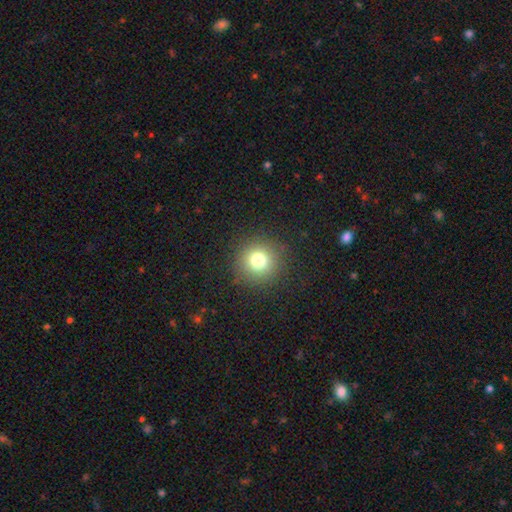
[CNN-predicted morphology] Smooth or featured? Predicted: smooth (p=0.74). How rounded? Predicted: round (p=0.96). Merging? Predicted: none (p=0.93).